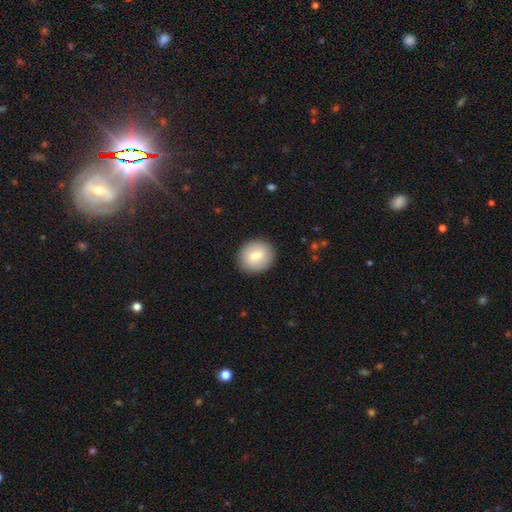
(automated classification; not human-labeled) smooth_or_featured: smooth (p=0.73) [alt: featured or disk p=0.19]
how_rounded: round (p=0.77) [alt: in between p=0.22]
merging: none (p=0.90) [alt: minor disturbance p=0.07]